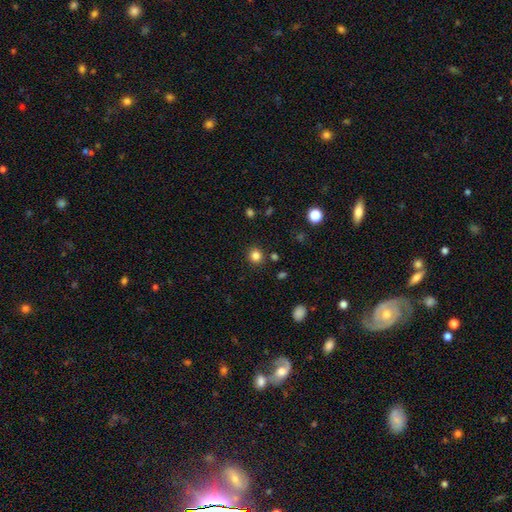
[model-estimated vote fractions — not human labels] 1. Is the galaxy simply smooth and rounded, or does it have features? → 83% smooth, 13% star or artifact, 4% featured or disk.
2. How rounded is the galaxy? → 90% round, 9% in between, 1% cigar-shaped.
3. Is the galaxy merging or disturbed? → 88% none, 7% minor disturbance, 3% merger, 2% major disturbance.